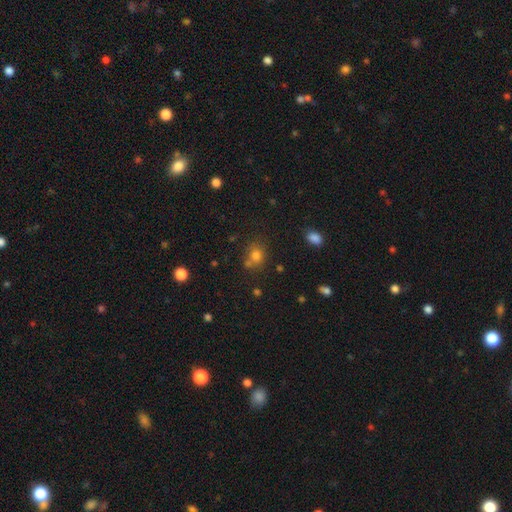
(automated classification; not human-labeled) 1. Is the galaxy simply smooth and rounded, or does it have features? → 74% smooth, 18% star or artifact, 9% featured or disk.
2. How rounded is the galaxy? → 68% round, 31% in between, 1% cigar-shaped.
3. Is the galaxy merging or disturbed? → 62% none, 19% merger, 14% minor disturbance, 5% major disturbance.